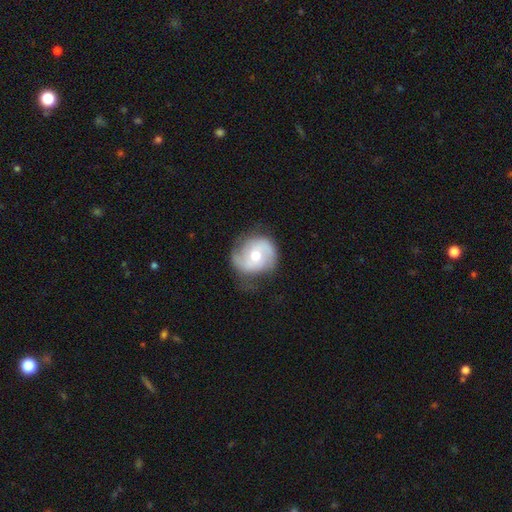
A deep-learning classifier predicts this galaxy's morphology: A featured or disk galaxy (74%) with no bar (57%), 2 (75%) medium (47%) spiral arms (93%) and a moderate central bulge (69%).

Vote fractions:
- Smooth or featured? featured or disk: 74% / smooth: 20% / star or artifact: 6%
- Edge-on disk? no: 97% / yes: 3%
- Bar? no: 57% / weak: 35% / strong: 8%
- Spiral arms? yes: 93% / no: 7%
- Spiral winding? medium: 47% / tight: 32% / loose: 21%
- Spiral arm count? 2: 75% / can't tell: 10% / 3: 8% / 1: 3% / 4: 2% / more than 4: 2%
- Bulge size? moderate: 69% / small: 22% / large: 7% / none: 1% / dominant: 1%
- Merging? none: 68% / minor disturbance: 21% / major disturbance: 9% / merger: 1%